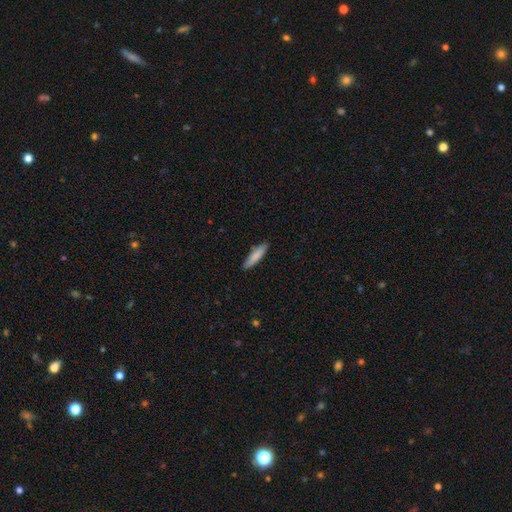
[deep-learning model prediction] Q: Smooth or featured?
A: smooth (83%); runner-up: featured or disk (12%)
Q: How rounded?
A: cigar-shaped (79%); runner-up: in between (19%)
Q: Merging?
A: none (87%); runner-up: minor disturbance (10%)